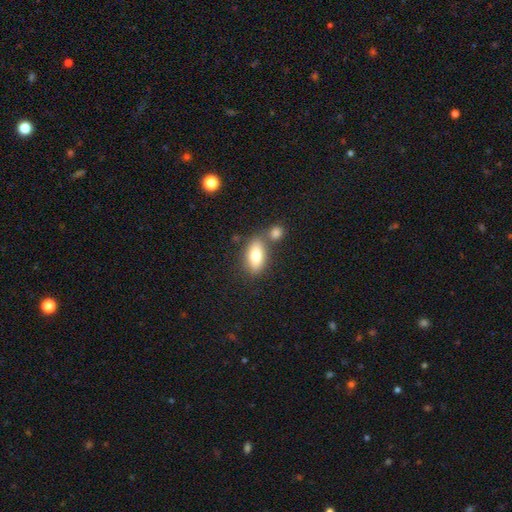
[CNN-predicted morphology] Smooth or featured?
  - smooth: 78% *
  - featured or disk: 15%
  - star or artifact: 7%
How rounded?
  - in between: 85% *
  - cigar-shaped: 10%
  - round: 4%
Merging?
  - none: 59% *
  - merger: 25%
  - minor disturbance: 12%
  - major disturbance: 4%